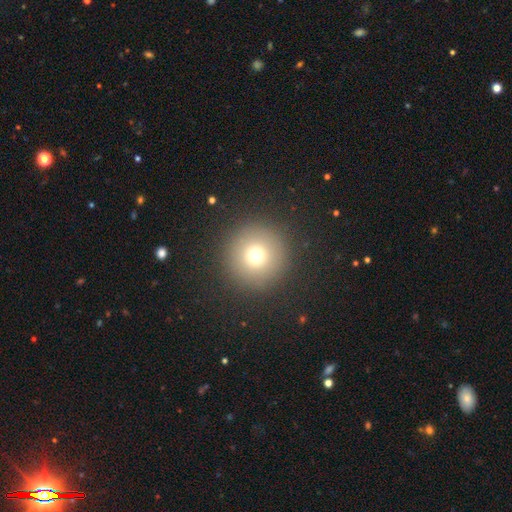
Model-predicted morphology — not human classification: Q: Smooth or featured?
A: smooth (72%); runner-up: star or artifact (17%)
Q: How rounded?
A: round (96%); runner-up: in between (3%)
Q: Merging?
A: none (91%); runner-up: minor disturbance (5%)